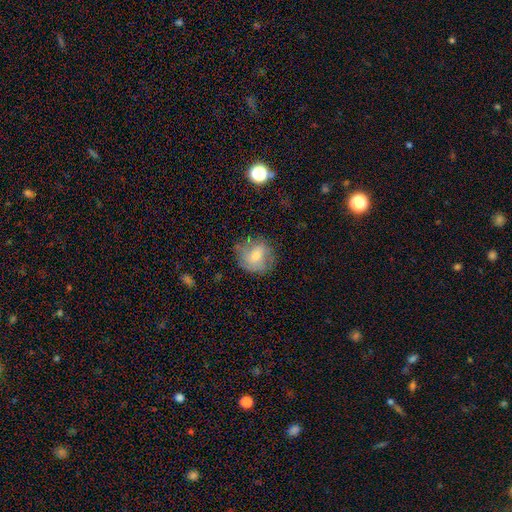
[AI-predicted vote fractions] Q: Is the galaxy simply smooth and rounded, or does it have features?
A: smooth — 54%.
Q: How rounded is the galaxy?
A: round — 80%.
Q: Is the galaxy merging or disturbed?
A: none — 68%.